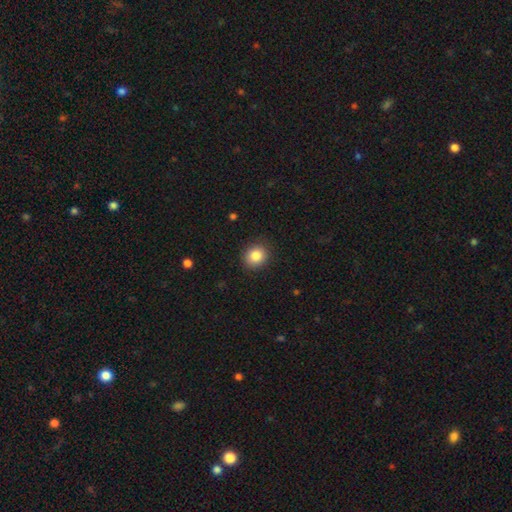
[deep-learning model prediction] A smooth galaxy with no disk features (86%) that is round (76%).

Vote fractions:
- Smooth or featured? smooth: 86% / star or artifact: 9% / featured or disk: 5%
- How rounded? round: 76% / in between: 23% / cigar-shaped: 1%
- Merging? none: 89% / minor disturbance: 8% / major disturbance: 2% / merger: 1%